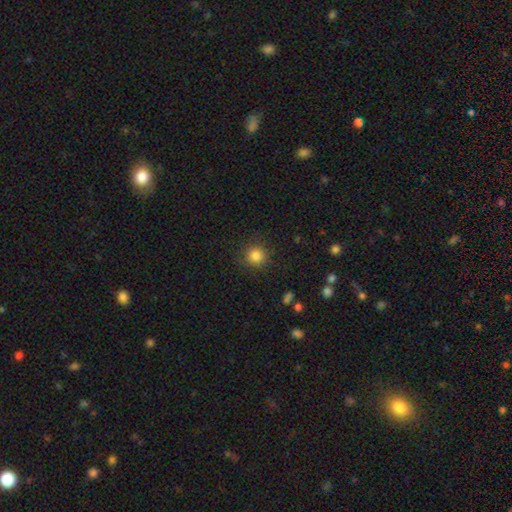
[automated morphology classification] This is clearly a smooth galaxy (84%). How rounded: clearly round (93%). Merging: clearly none (88%).